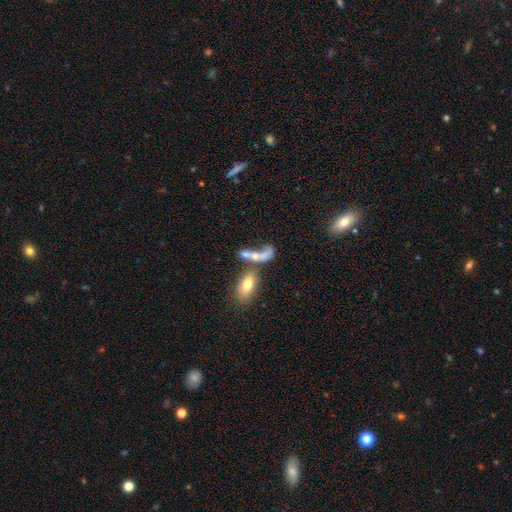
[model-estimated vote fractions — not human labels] Overall: smooth (56%; featured or disk 32%). How rounded: in between (67%). Merging: merger (56%; none 20%).